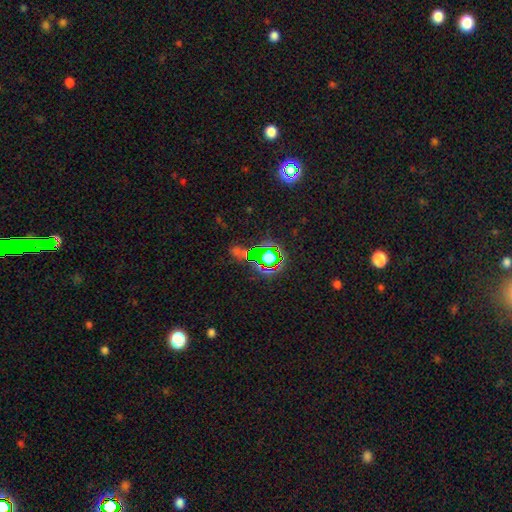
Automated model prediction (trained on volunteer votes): Smooth or featured? Predicted: star or artifact (p=0.59).